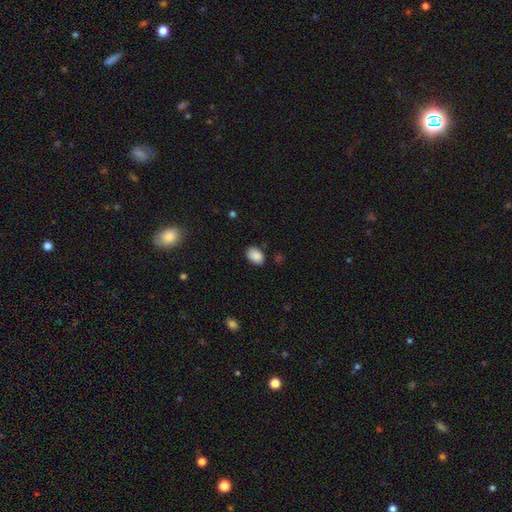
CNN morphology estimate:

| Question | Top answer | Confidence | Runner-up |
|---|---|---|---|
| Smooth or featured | smooth | 88% | star or artifact (8%) |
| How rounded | in between | 83% | round (16%) |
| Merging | none | 83% | minor disturbance (13%) |